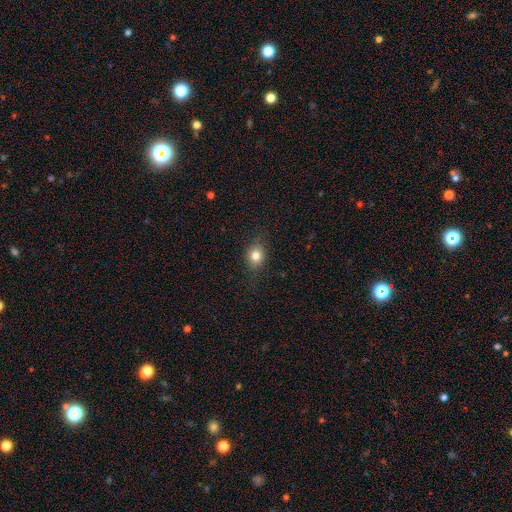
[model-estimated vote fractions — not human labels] smooth-or-featured: smooth: 79% | star or artifact: 11% | featured or disk: 10%
  how-rounded: round: 59% | in between: 39% | cigar-shaped: 2%
  merging: none: 80% | minor disturbance: 15% | major disturbance: 4% | merger: 1%